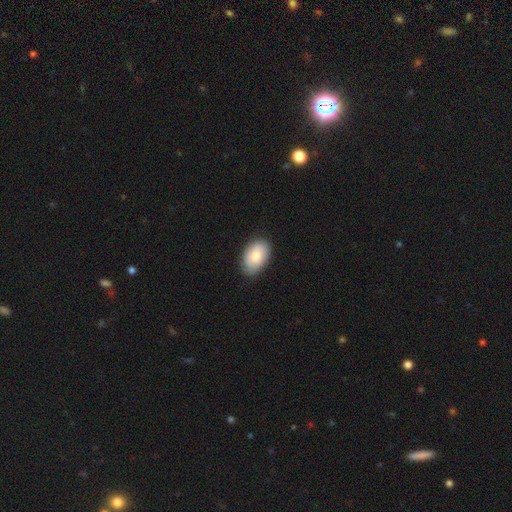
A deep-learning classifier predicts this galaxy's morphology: smooth_or_featured: smooth (p=0.81) [alt: featured or disk p=0.13]
how_rounded: in between (p=0.91) [alt: round p=0.08]
merging: none (p=0.79) [alt: minor disturbance p=0.17]